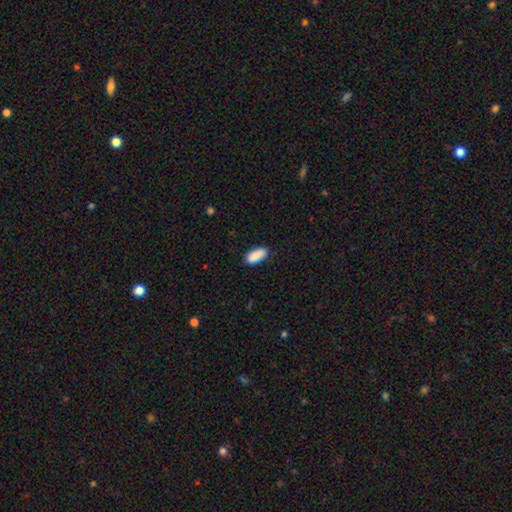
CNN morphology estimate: The model was most divided on "how rounded": in between: 84%, cigar-shaped: 14%, round: 2%. More confident: smooth or featured — smooth (90%); merging — none (85%).